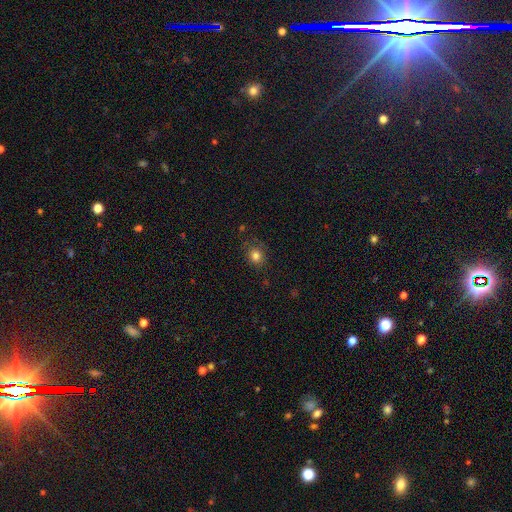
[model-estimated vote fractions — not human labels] This appears to be a smooth galaxy with no disk features (81%) that is round (75%). Merging: none (79%).